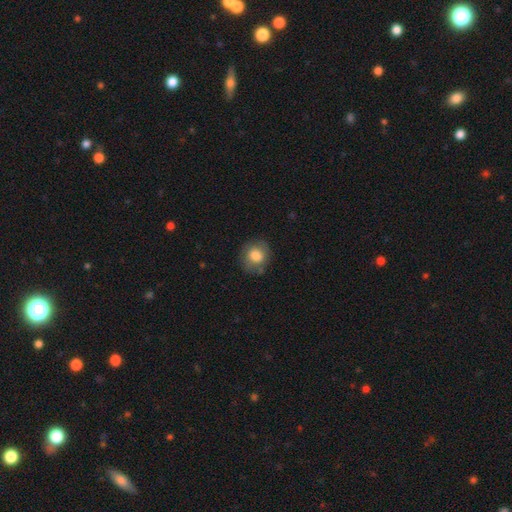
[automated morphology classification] type=smooth (78%); roundness=round (81%); merging=none (77%).